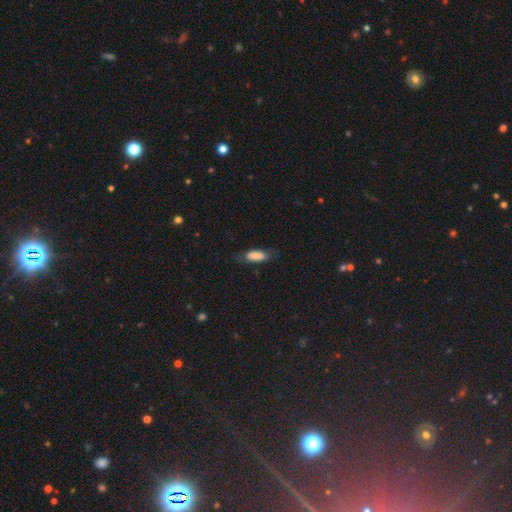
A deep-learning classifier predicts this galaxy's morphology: type=smooth (82%); roundness=in between (66%); merging=none (71%).